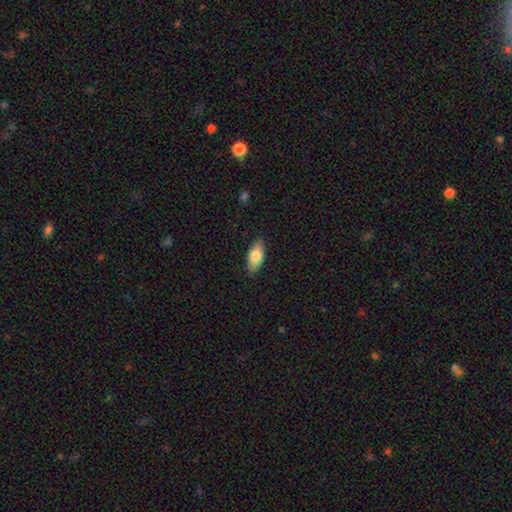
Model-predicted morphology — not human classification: This appears to be a smooth galaxy with no disk features (79%) that is in between round and cigar-shaped (88%). Merging: none (86%).